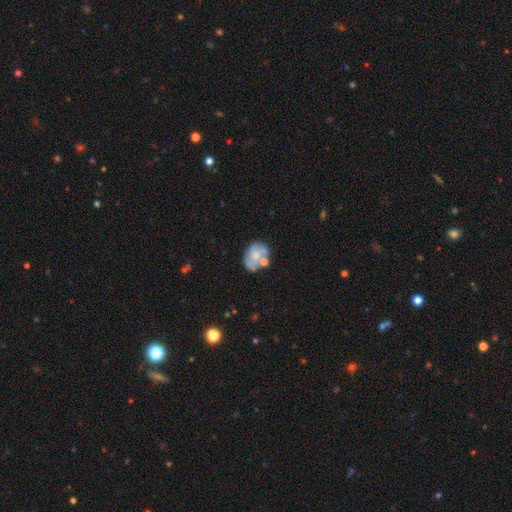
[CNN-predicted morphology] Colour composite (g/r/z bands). It shows a featured or disk galaxy (49%). Merging: none (47%).